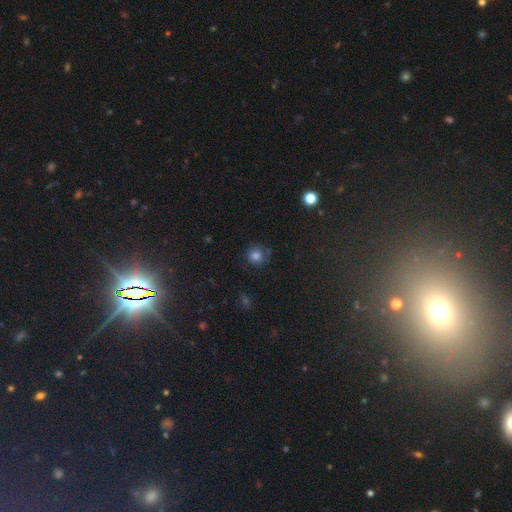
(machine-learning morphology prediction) Q: Smooth or featured?
A: smooth (74%); runner-up: star or artifact (15%)
Q: How rounded?
A: round (89%); runner-up: in between (10%)
Q: Merging?
A: none (71%); runner-up: minor disturbance (19%)